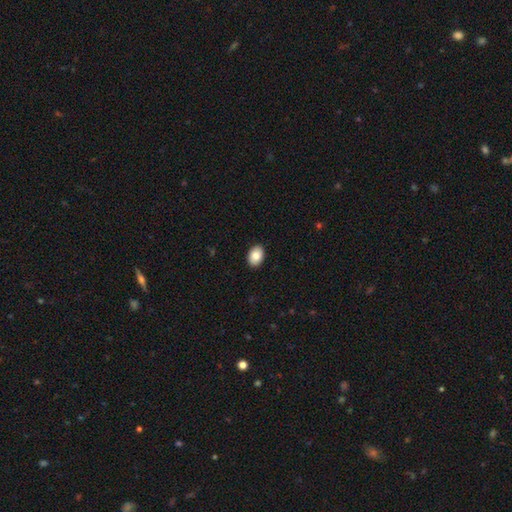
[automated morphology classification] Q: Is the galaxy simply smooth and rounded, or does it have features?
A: smooth — 86%.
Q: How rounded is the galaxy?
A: in between — 81%.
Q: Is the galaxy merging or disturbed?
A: none — 91%.